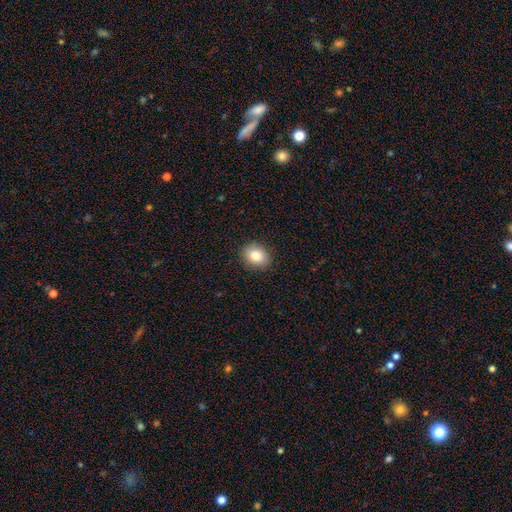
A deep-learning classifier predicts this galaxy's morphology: Smooth or featured? smooth (83%)
How rounded? round (51%)
Merging? none (89%)